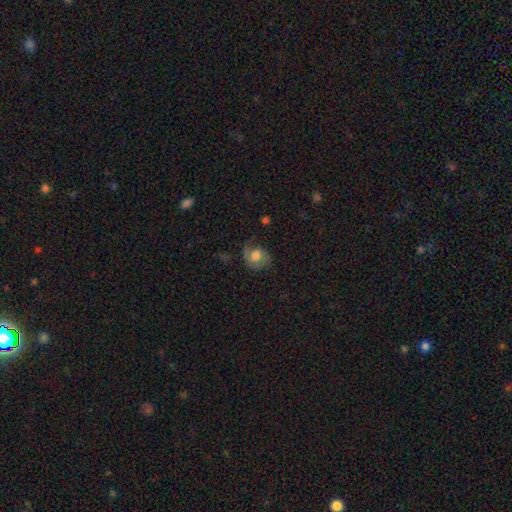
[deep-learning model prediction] Overall: smooth (55%; featured or disk 37%). How rounded: round (65%; in between 34%). Merging: none (56%; minor disturbance 27%).